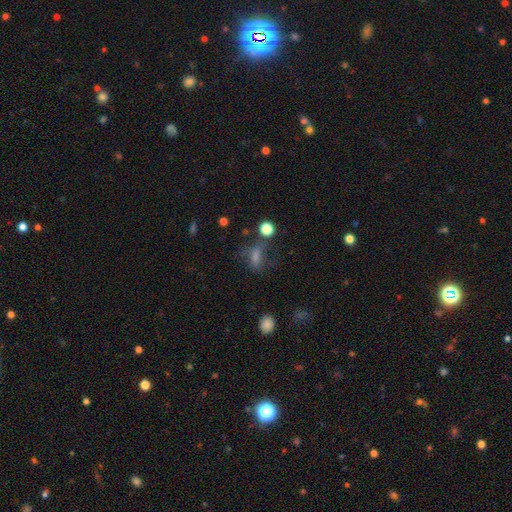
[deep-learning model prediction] Q: Smooth or featured?
A: smooth (67%); runner-up: star or artifact (18%)
Q: How rounded?
A: in between (64%); runner-up: round (19%)
Q: Merging?
A: none (44%); runner-up: major disturbance (25%)